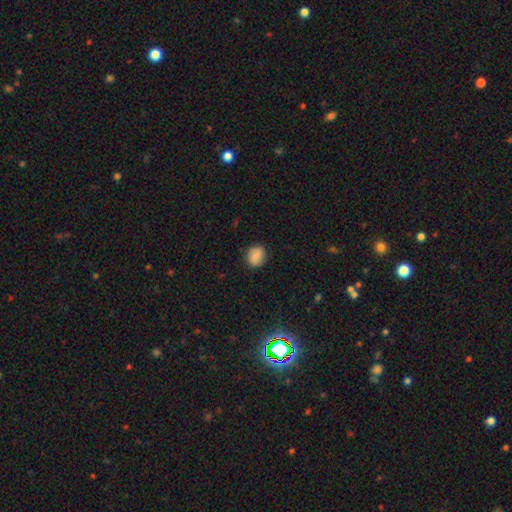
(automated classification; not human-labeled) This appears to be a smooth galaxy with no disk features (86%) that is round (70%). Merging: none (86%).